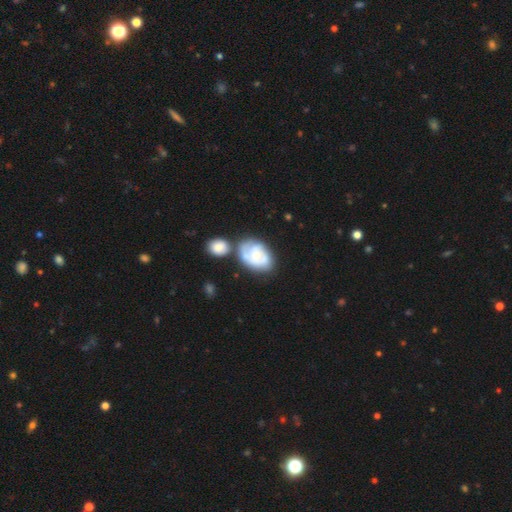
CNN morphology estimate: smooth_or_featured: featured or disk (p=0.60) [alt: smooth p=0.33]
disk_edge_on: no (p=0.97) [alt: yes p=0.03]
bar: no (p=0.78) [alt: weak p=0.19]
has_spiral_arms: yes (p=0.76) [alt: no p=0.24]
bulge_size: small (p=0.49) [alt: moderate p=0.42]
merging: none (p=0.42) [alt: merger p=0.26]